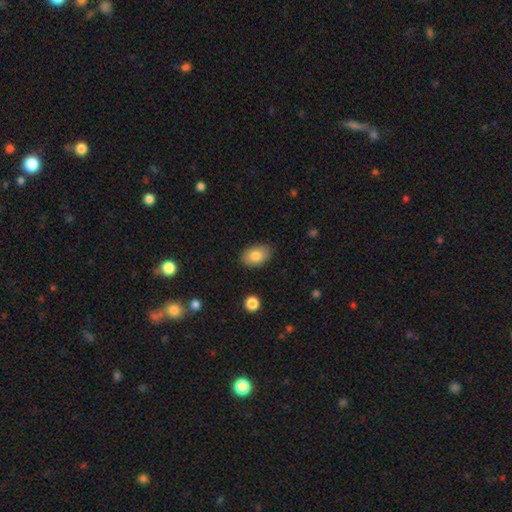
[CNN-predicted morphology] Smooth or featured: smooth — 82% (featured or disk — 11%)
How rounded: in between — 84% (round — 15%)
Merging: none — 86% (minor disturbance — 11%)